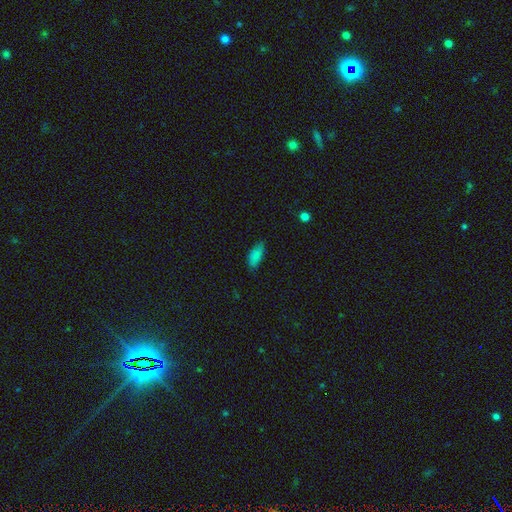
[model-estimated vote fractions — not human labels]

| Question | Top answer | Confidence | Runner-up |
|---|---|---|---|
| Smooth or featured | smooth | 85% | star or artifact (9%) |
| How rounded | in between | 83% | cigar-shaped (15%) |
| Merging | none | 77% | minor disturbance (18%) |